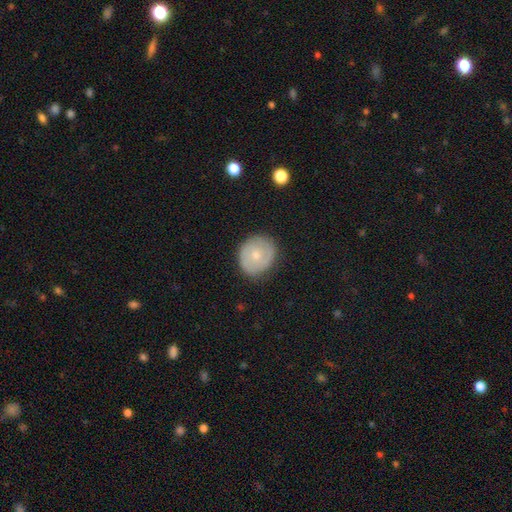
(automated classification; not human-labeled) This is possibly a smooth galaxy (60%). How rounded: clearly round (81%). Merging: clearly none (82%).